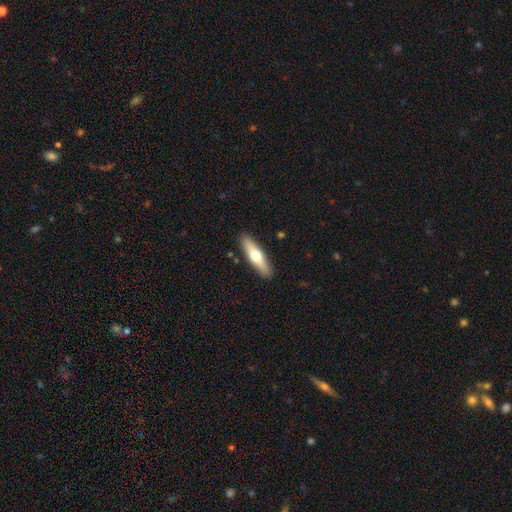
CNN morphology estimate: smooth 56%, featured or disk 39%, star or artifact 5%. Down the decision tree: how rounded — cigar-shaped (69%); merging — none (90%).